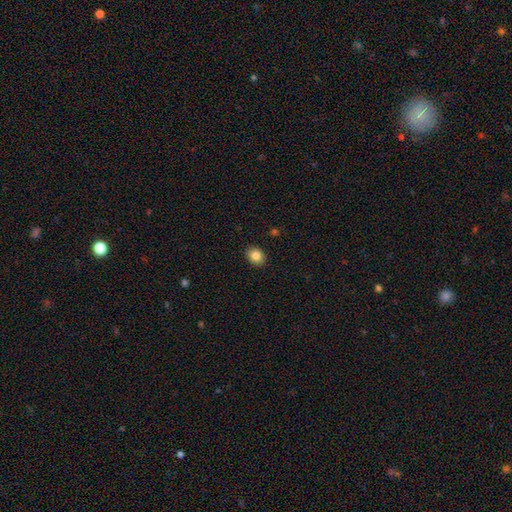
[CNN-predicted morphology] Smooth or featured? smooth (84%)
How rounded? round (51%)
Merging? none (90%)